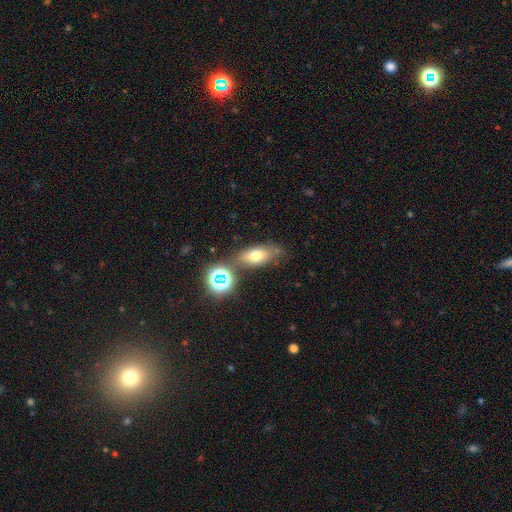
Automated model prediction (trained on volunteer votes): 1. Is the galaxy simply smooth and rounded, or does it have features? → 66% smooth, 18% featured or disk, 16% star or artifact.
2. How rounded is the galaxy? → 76% in between, 13% round, 11% cigar-shaped.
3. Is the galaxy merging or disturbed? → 68% none, 16% minor disturbance, 11% merger, 5% major disturbance.